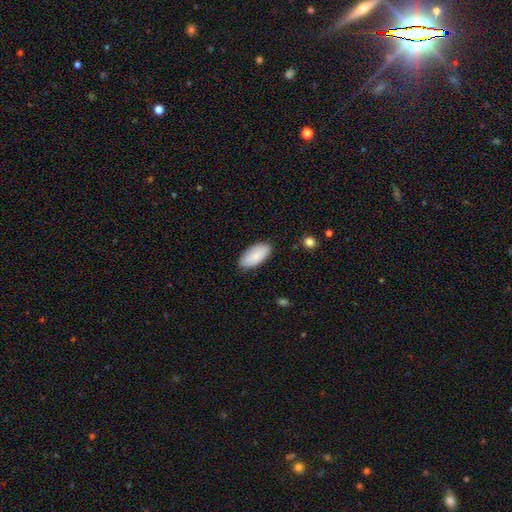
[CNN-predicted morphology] Smooth or featured?
  - smooth: 86% *
  - featured or disk: 8%
  - star or artifact: 6%
How rounded?
  - in between: 93% *
  - cigar-shaped: 5%
  - round: 2%
Merging?
  - none: 85% *
  - minor disturbance: 12%
  - major disturbance: 2%
  - merger: 1%